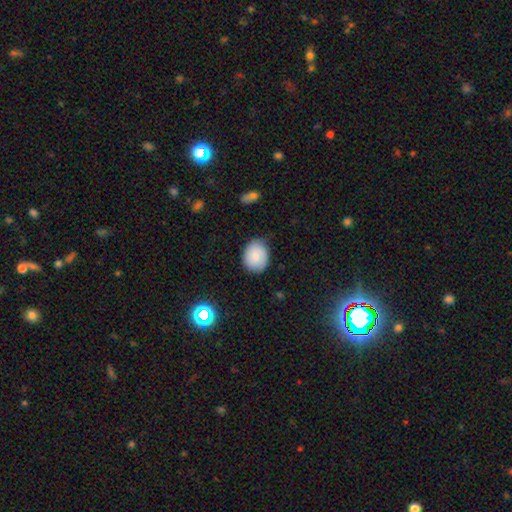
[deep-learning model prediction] This appears to be a smooth galaxy with no disk features (75%) that is round (53%). Merging: none (75%).